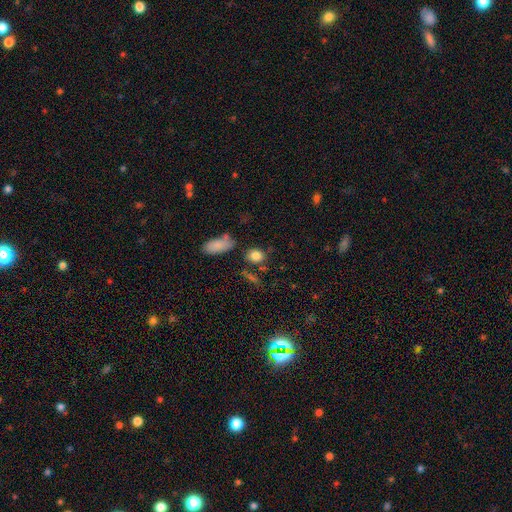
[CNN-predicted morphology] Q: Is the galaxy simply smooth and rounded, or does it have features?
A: smooth — 83%.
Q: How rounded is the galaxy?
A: round — 50%.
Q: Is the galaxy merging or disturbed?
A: none — 70%.